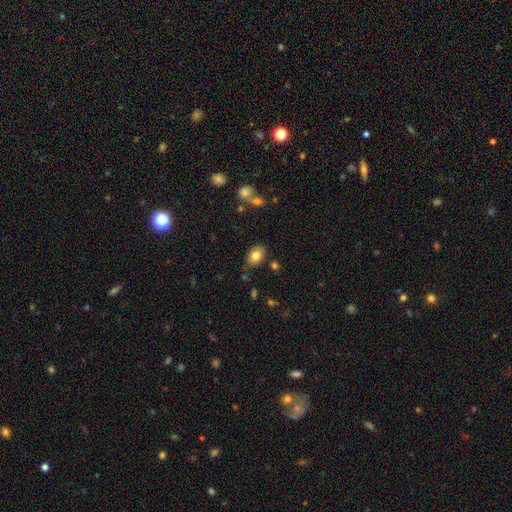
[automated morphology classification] A smooth galaxy with no disk features (79%) that is in between round and cigar-shaped (82%).

Vote fractions:
- Smooth or featured? smooth: 79% / featured or disk: 12% / star or artifact: 9%
- How rounded? in between: 82% / round: 17% / cigar-shaped: 1%
- Merging? none: 81% / minor disturbance: 13% / merger: 3% / major disturbance: 3%